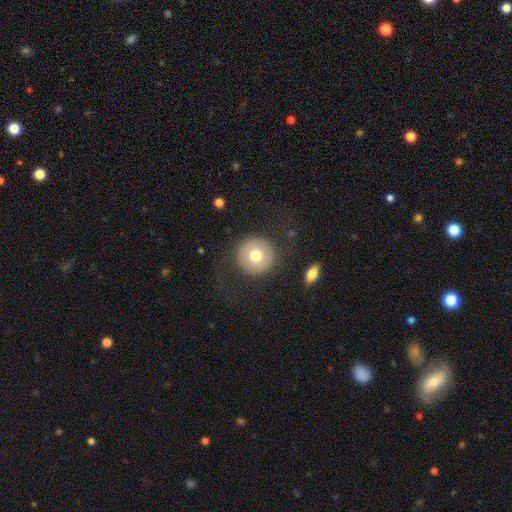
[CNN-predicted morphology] Smooth or featured? smooth (72%)
How rounded? round (94%)
Merging? none (82%)